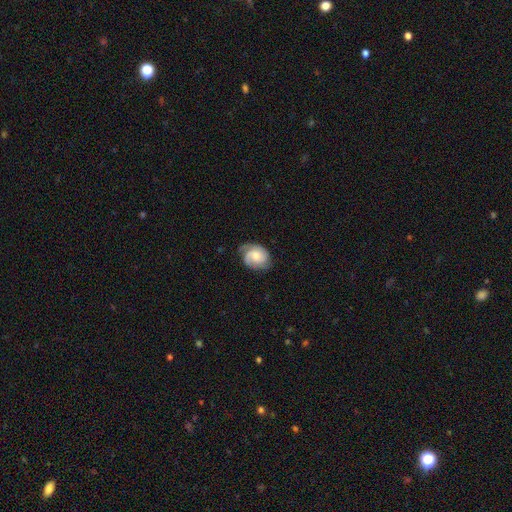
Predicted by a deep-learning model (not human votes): Q: Smooth or featured?
A: featured or disk (67%); runner-up: smooth (27%)
Q: Edge-on disk?
A: no (97%); runner-up: yes (3%)
Q: Bar?
A: no (65%); runner-up: weak (30%)
Q: Spiral arms?
A: yes (94%); runner-up: no (6%)
Q: Spiral winding?
A: tight (43%); runner-up: medium (40%)
Q: Spiral arm count?
A: 2 (51%); runner-up: 1 (19%)
Q: Bulge size?
A: moderate (48%); runner-up: small (37%)
Q: Merging?
A: none (64%); runner-up: minor disturbance (25%)